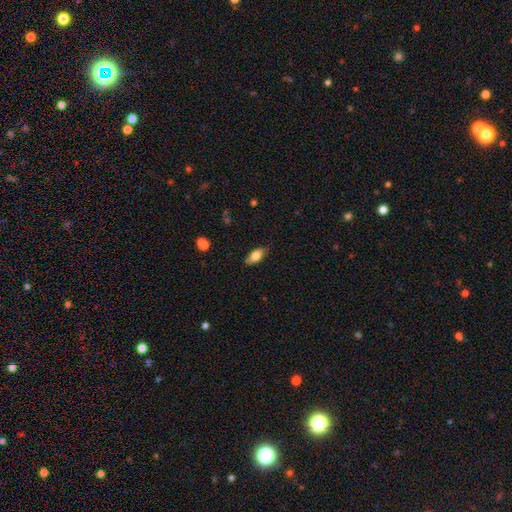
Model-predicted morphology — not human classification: This appears to be a smooth galaxy with no disk features (77%) that is in between round and cigar-shaped (88%). Merging: none (80%).